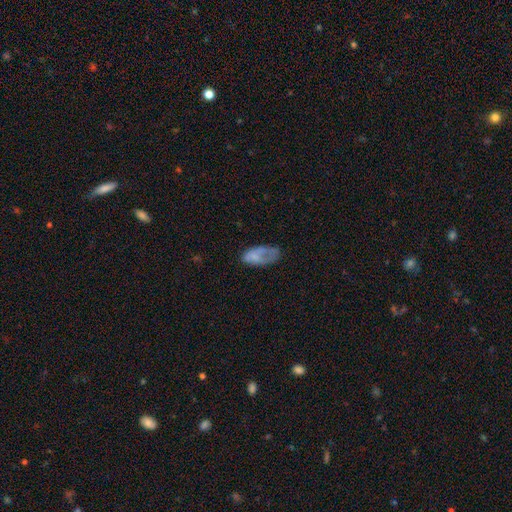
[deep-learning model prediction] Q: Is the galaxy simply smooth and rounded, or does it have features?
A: smooth — 62%.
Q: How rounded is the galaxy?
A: in between — 92%.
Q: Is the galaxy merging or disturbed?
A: none — 36%.